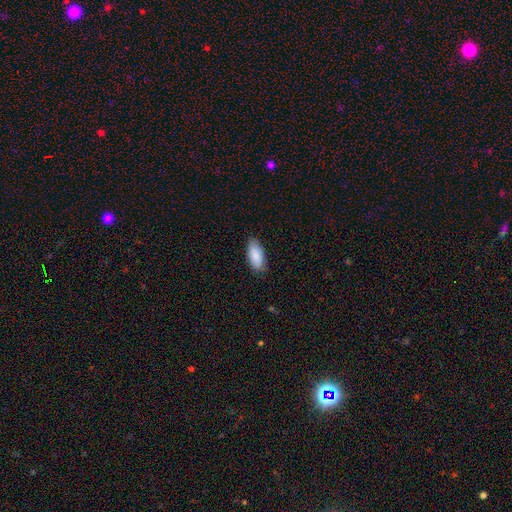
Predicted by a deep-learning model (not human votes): Smooth or featured: smooth — 87% (featured or disk — 8%)
How rounded: in between — 90% (cigar-shaped — 8%)
Merging: none — 79% (minor disturbance — 17%)